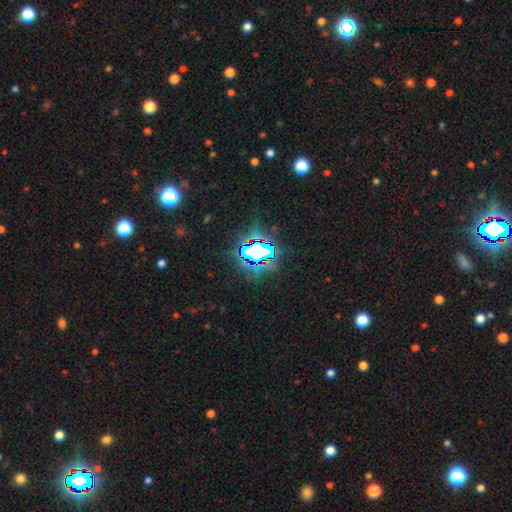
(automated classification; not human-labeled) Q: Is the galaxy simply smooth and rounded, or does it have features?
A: star or artifact — 73%.